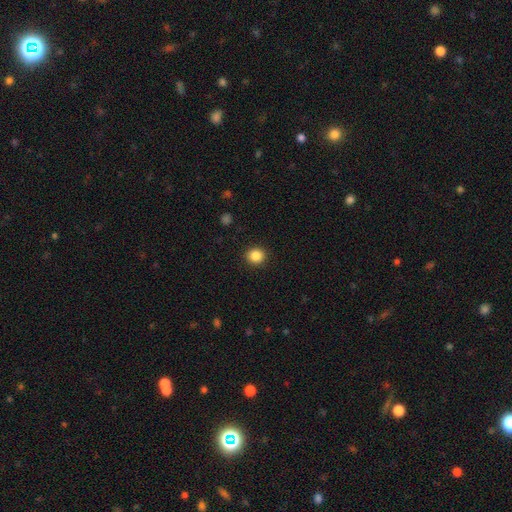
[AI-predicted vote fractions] A smooth galaxy with no disk features (86%) that is round (89%).

Vote fractions:
- Smooth or featured? smooth: 86% / star or artifact: 10% / featured or disk: 4%
- How rounded? round: 89% / in between: 10% / cigar-shaped: 1%
- Merging? none: 92% / minor disturbance: 5% / major disturbance: 2% / merger: 1%